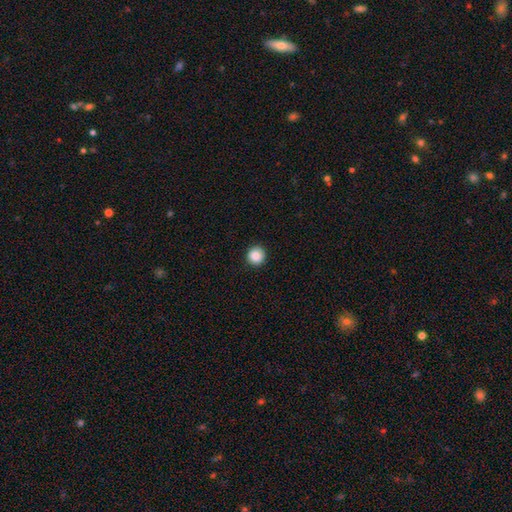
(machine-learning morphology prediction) The model was most divided on "smooth or featured": smooth: 87%, star or artifact: 9%, featured or disk: 4%. More confident: how rounded — round (94%); merging — none (91%).